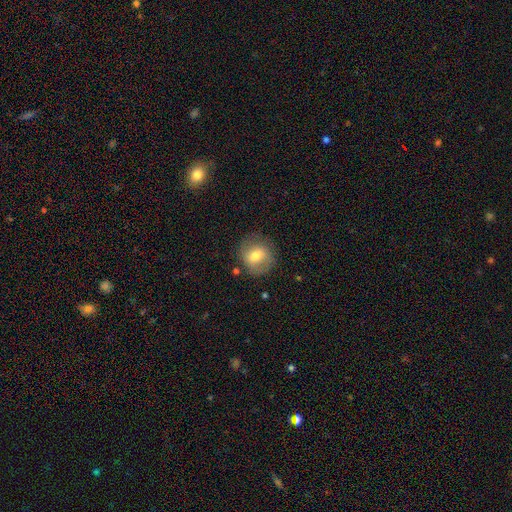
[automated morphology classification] smooth 62%, featured or disk 30%, star or artifact 8%. Down the decision tree: how rounded — round (81%); merging — none (78%).